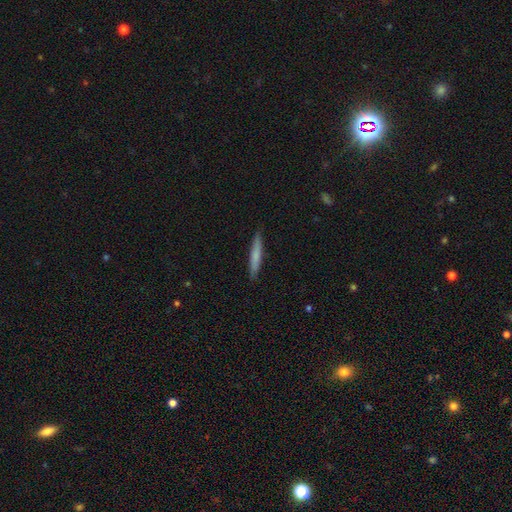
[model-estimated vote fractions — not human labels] A smooth galaxy with no disk features (70%) that is cigar-shaped (95%). Merging: none (89%).